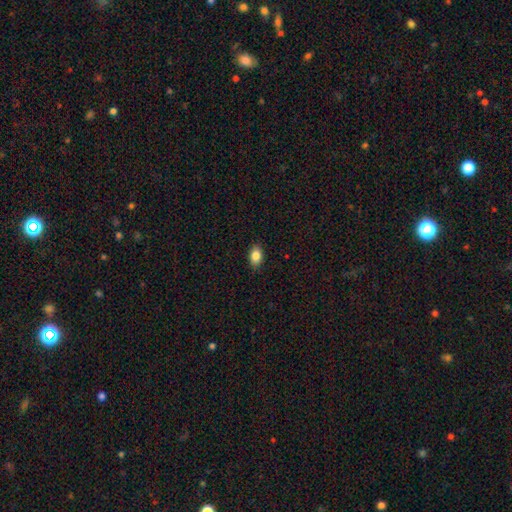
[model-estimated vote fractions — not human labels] smooth-or-featured: smooth: 85% | star or artifact: 8% | featured or disk: 6%
  how-rounded: in between: 87% | round: 11% | cigar-shaped: 2%
  merging: none: 89% | minor disturbance: 9% | major disturbance: 2% | merger: 1%